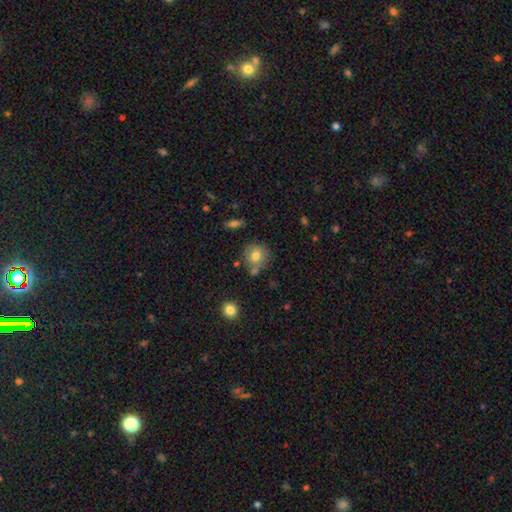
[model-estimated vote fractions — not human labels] The model was most divided on "merging": none: 67%, minor disturbance: 15%, merger: 14%, major disturbance: 4%. More confident: how rounded — round (86%); smooth or featured — smooth (76%).